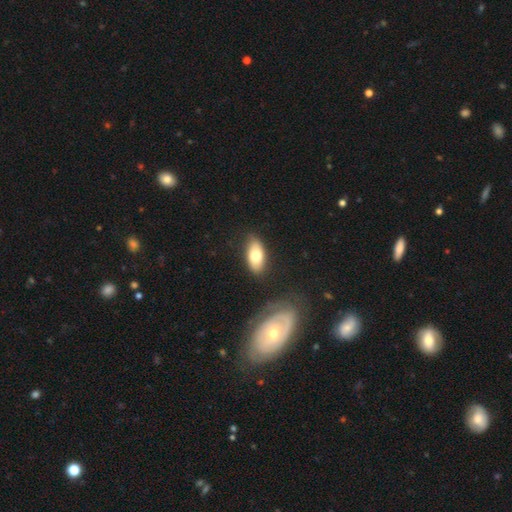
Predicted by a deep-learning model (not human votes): smooth_or_featured: smooth (p=0.75) [alt: featured or disk p=0.19]
how_rounded: in between (p=0.91) [alt: cigar-shaped p=0.06]
merging: none (p=0.81) [alt: minor disturbance p=0.13]